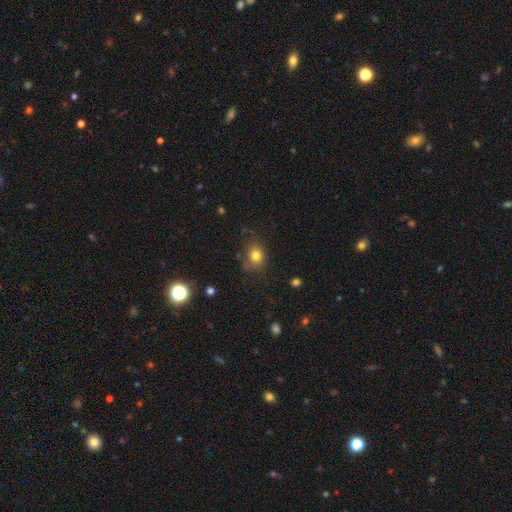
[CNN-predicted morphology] smooth 79%, star or artifact 13%, featured or disk 8%. Down the decision tree: how rounded — round (60%); merging — none (67%).